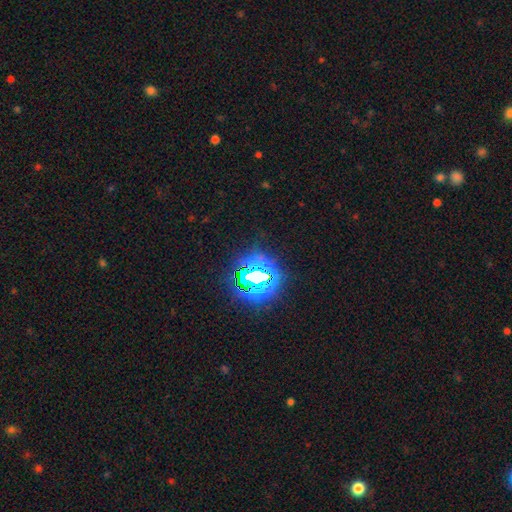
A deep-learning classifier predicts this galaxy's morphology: Overall: star or artifact (83%).